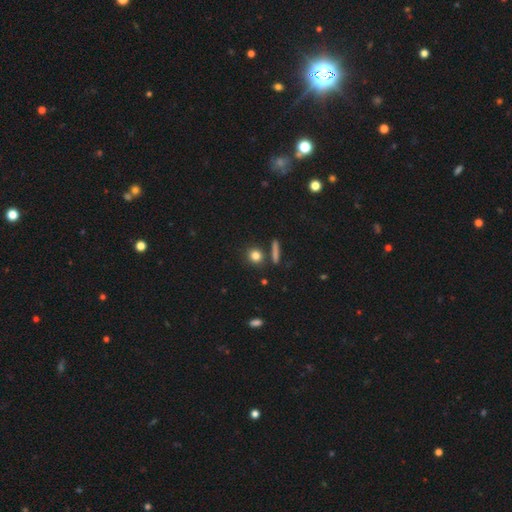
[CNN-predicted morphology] A smooth galaxy with no disk features (82%) that is round (82%). Merging: none (80%).